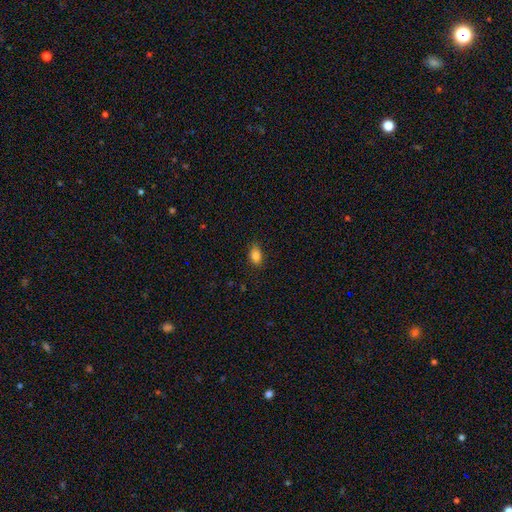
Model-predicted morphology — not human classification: This is clearly a smooth galaxy (85%). How rounded: likely in between (80%). Merging: clearly none (82%).